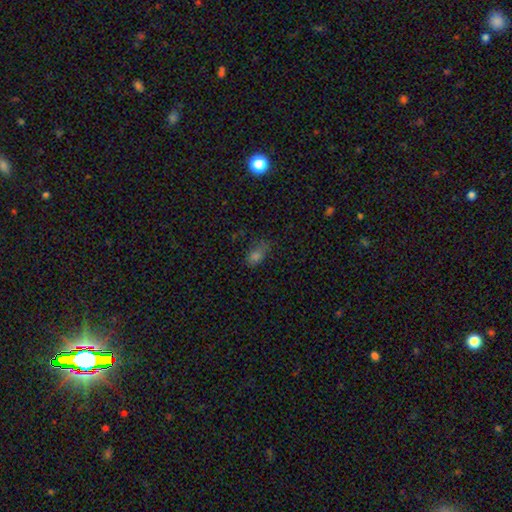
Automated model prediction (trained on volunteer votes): smooth_or_featured: smooth (p=0.70) [alt: star or artifact p=0.21]
how_rounded: in between (p=0.76) [alt: round p=0.21]
merging: none (p=0.59) [alt: minor disturbance p=0.27]